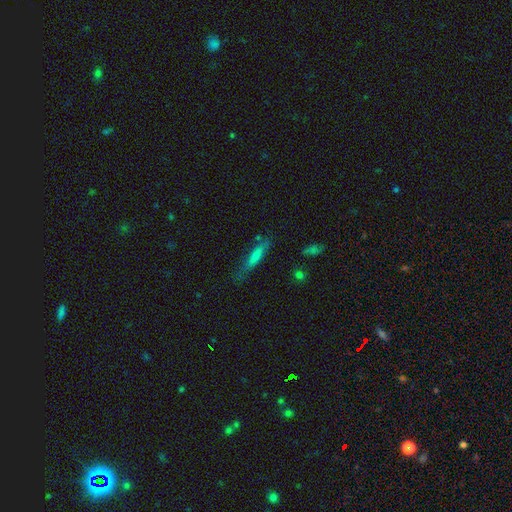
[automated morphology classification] This is possibly a smooth galaxy (57%). How rounded: clearly cigar-shaped (86%). Merging: likely none (70%).